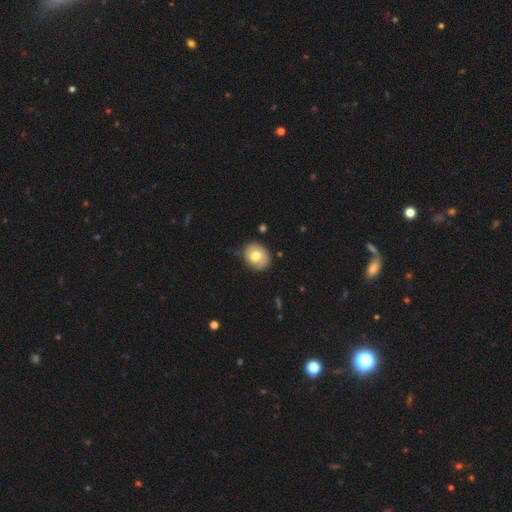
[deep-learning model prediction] Smooth or featured? smooth (69%)
How rounded? round (64%)
Merging? none (77%)